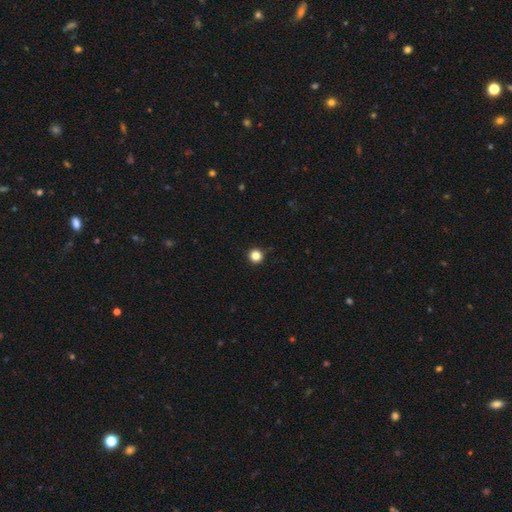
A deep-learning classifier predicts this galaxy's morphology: smooth-or-featured: smooth: 85% | star or artifact: 12% | featured or disk: 3%
  how-rounded: round: 96% | in between: 3% | cigar-shaped: 1%
  merging: none: 93% | minor disturbance: 4% | major disturbance: 1% | merger: 1%